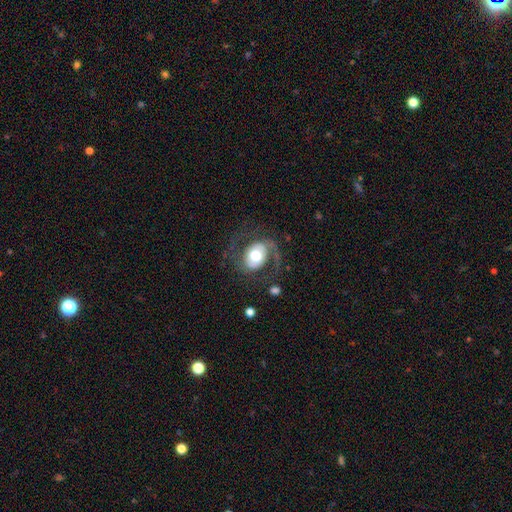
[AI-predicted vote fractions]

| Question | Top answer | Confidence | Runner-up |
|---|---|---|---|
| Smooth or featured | featured or disk | 70% | smooth (24%) |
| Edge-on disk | no | 97% | yes (3%) |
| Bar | no | 60% | weak (27%) |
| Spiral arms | yes | 82% | no (18%) |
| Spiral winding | medium | 47% | loose (34%) |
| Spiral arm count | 2 | 81% | 1 (11%) |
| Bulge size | moderate | 53% | large (35%) |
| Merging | none | 62% | major disturbance (20%) |